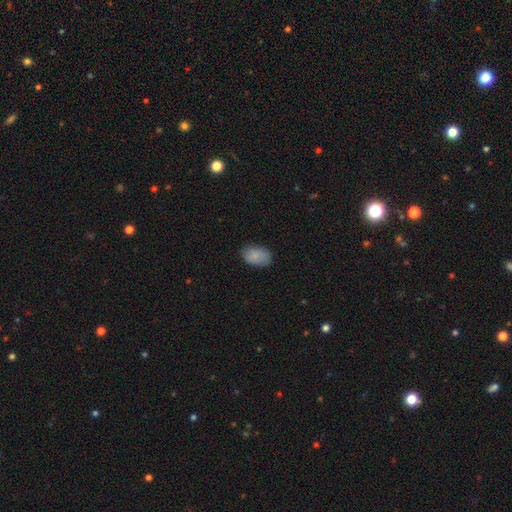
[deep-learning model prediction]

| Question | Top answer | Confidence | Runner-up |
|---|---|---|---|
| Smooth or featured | smooth | 84% | featured or disk (9%) |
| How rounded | in between | 89% | round (10%) |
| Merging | none | 80% | minor disturbance (16%) |